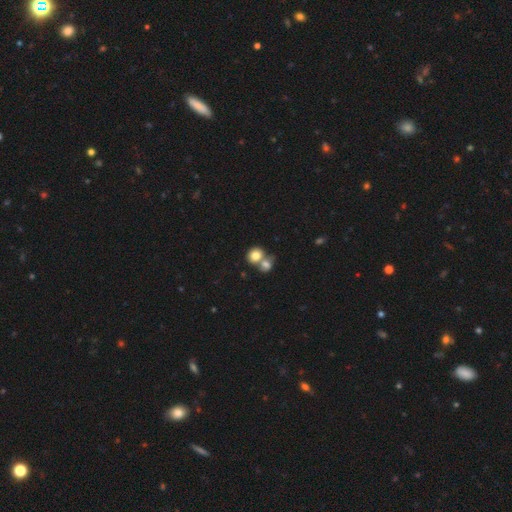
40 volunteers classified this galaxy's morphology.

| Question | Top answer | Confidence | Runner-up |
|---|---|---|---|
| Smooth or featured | smooth | 92% | star or artifact (5%) |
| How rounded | round | 95% | in between (5%) |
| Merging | merger | 58% | none (42%) |